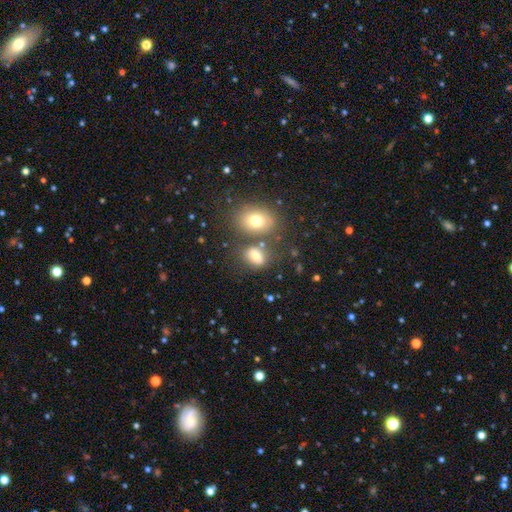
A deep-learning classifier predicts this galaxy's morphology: type=smooth (72%); roundness=in between (73%); merging=none (61%).